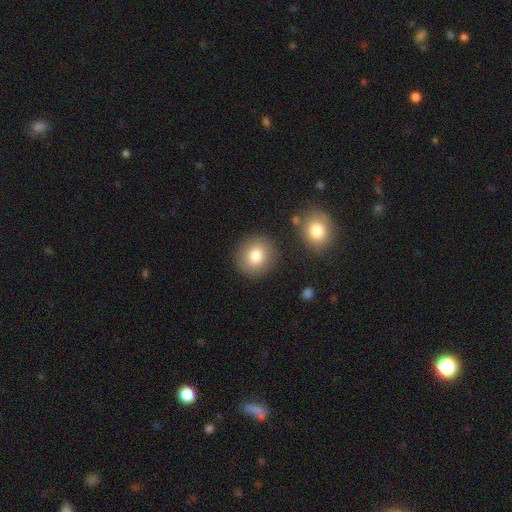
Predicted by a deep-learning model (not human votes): Q: Smooth or featured?
A: smooth (80%); runner-up: featured or disk (10%)
Q: How rounded?
A: round (89%); runner-up: in between (10%)
Q: Merging?
A: none (86%); runner-up: minor disturbance (8%)